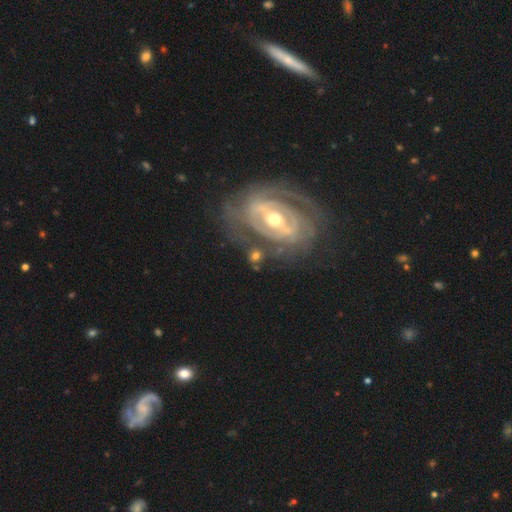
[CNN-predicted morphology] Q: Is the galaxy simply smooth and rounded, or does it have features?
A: featured or disk — 72%.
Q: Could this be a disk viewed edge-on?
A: no — 94%.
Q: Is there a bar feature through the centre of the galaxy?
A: no — 36%.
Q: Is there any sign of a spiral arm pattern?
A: yes — 67%.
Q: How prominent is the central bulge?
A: moderate — 74%.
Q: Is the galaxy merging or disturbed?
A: none — 63%.